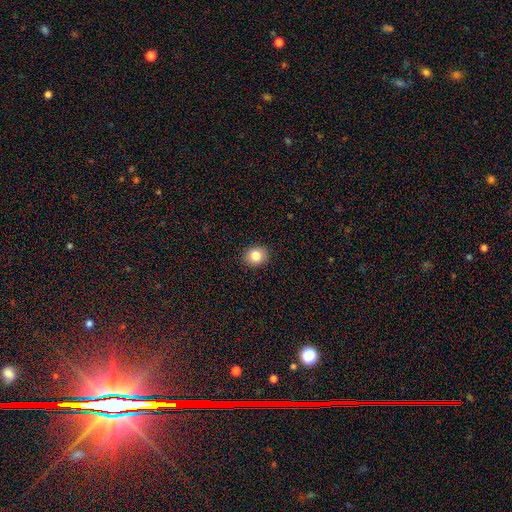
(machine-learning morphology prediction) type=smooth (83%); roundness=round (75%); merging=none (91%).